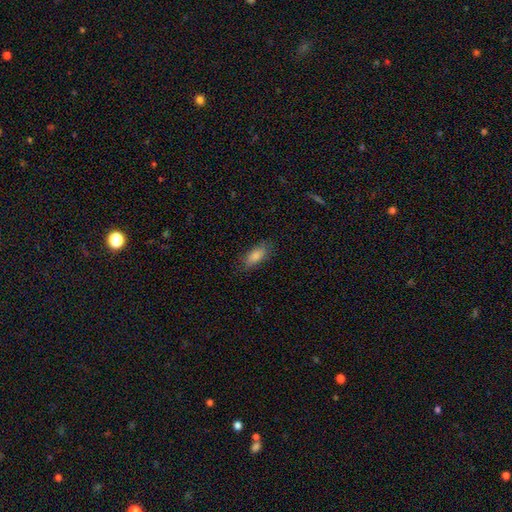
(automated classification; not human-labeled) Smooth or featured?
  - smooth: 85% *
  - featured or disk: 8%
  - star or artifact: 7%
How rounded?
  - in between: 81% *
  - cigar-shaped: 17%
  - round: 2%
Merging?
  - none: 82% *
  - minor disturbance: 14%
  - major disturbance: 3%
  - merger: 1%